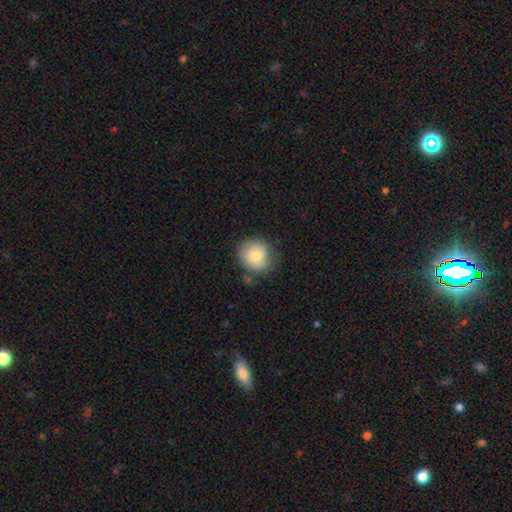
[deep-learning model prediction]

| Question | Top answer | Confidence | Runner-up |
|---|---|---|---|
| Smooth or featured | smooth | 77% | featured or disk (15%) |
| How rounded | round | 87% | in between (12%) |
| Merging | none | 70% | minor disturbance (21%) |